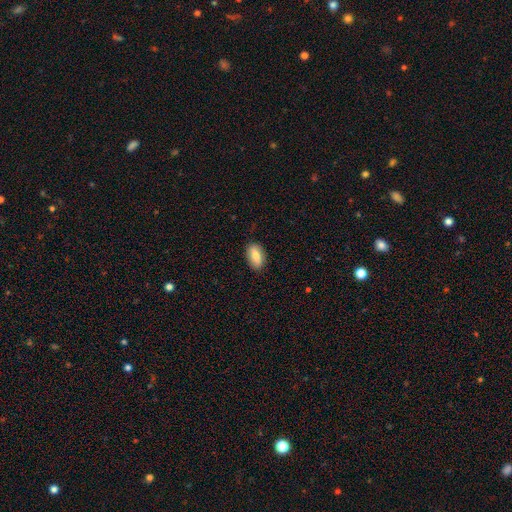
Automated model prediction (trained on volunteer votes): Smooth or featured? Predicted: smooth (p=0.77). How rounded? Predicted: in between (p=0.89). Merging? Predicted: none (p=0.86).